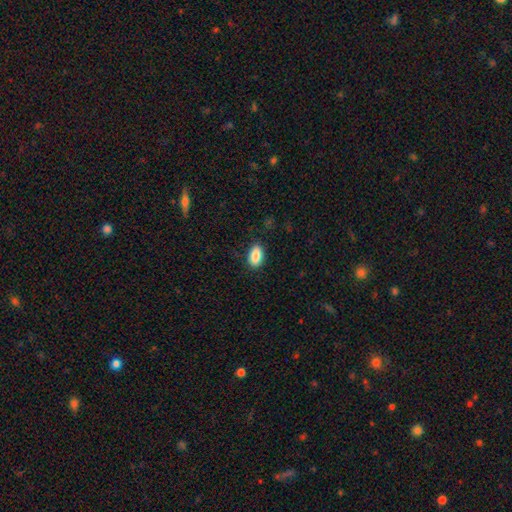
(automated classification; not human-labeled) Smooth or featured: smooth — 88% (star or artifact — 8%)
How rounded: in between — 91% (round — 6%)
Merging: none — 86% (minor disturbance — 10%)